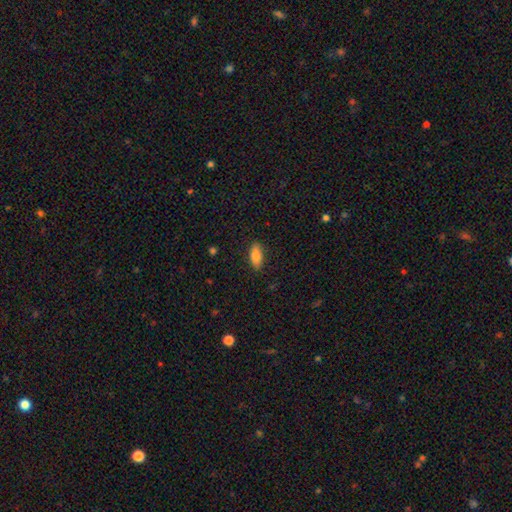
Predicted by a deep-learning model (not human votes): smooth-or-featured: smooth: 86% | featured or disk: 7% | star or artifact: 7%
  how-rounded: in between: 84% | cigar-shaped: 14% | round: 2%
  merging: none: 87% | minor disturbance: 10% | major disturbance: 2% | merger: 1%